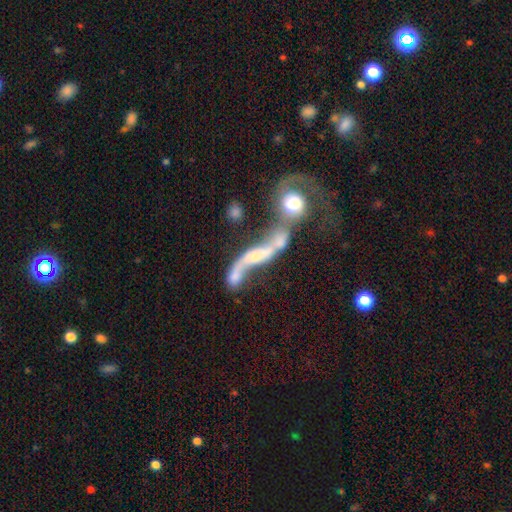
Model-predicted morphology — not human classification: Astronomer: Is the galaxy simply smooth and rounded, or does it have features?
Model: featured or disk — 73%.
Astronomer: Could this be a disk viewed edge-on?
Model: no — 75%.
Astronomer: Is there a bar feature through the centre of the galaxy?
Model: no — 55%.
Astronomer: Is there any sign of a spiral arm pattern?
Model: yes — 77%.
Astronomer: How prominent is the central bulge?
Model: moderate — 39% (runner-up: small, 37%).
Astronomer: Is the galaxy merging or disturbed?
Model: merger — 57%.